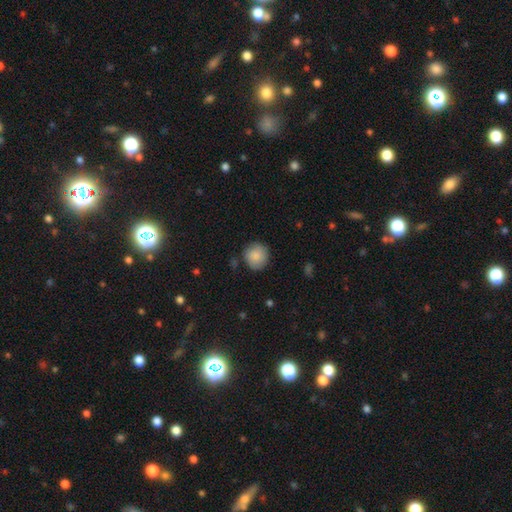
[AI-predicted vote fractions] The model was most divided on "merging": none: 82%, minor disturbance: 13%, major disturbance: 3%, merger: 2%. More confident: how rounded — round (91%); smooth or featured — smooth (84%).